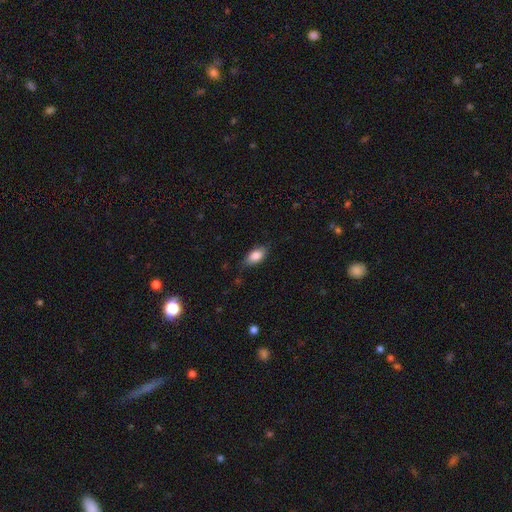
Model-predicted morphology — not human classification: This appears to be a smooth galaxy with no disk features (84%) that is in between round and cigar-shaped (89%). Merging: none (75%).